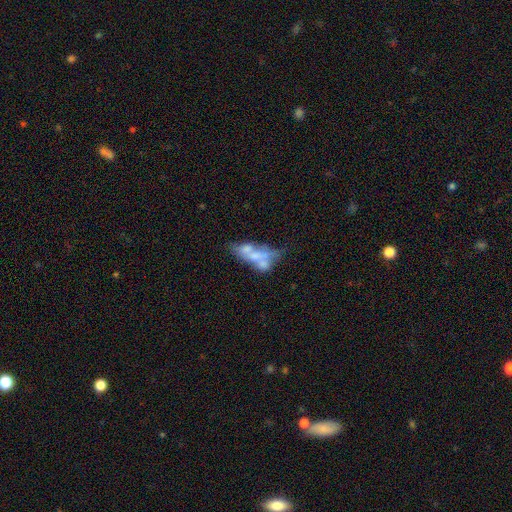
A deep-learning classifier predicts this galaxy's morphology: This appears to be a featured or disk galaxy (54%). Merging: merger (49%).